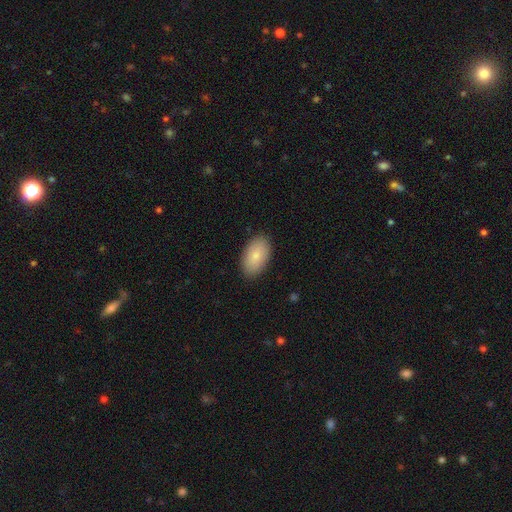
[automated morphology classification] smooth_or_featured: smooth (p=0.84) [alt: featured or disk p=0.10]
how_rounded: in between (p=0.95) [alt: round p=0.04]
merging: none (p=0.88) [alt: minor disturbance p=0.09]